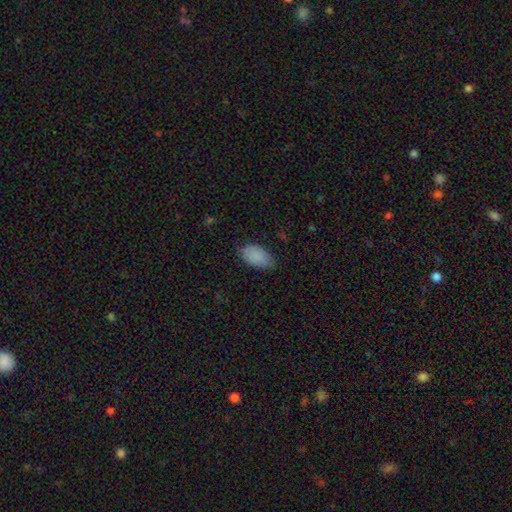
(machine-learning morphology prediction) smooth-or-featured: smooth: 88% | star or artifact: 7% | featured or disk: 5%
  how-rounded: in between: 94% | round: 4% | cigar-shaped: 2%
  merging: none: 73% | minor disturbance: 22% | major disturbance: 4% | merger: 1%